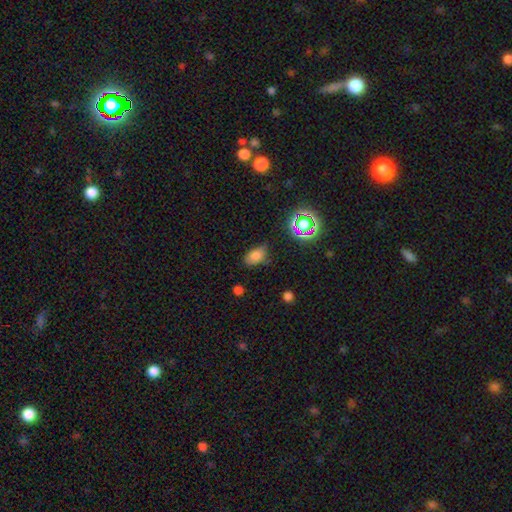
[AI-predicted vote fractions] Smooth or featured?
  - smooth: 75% *
  - star or artifact: 16%
  - featured or disk: 8%
How rounded?
  - in between: 88% *
  - round: 10%
  - cigar-shaped: 2%
Merging?
  - none: 67% *
  - minor disturbance: 25%
  - major disturbance: 5%
  - merger: 2%